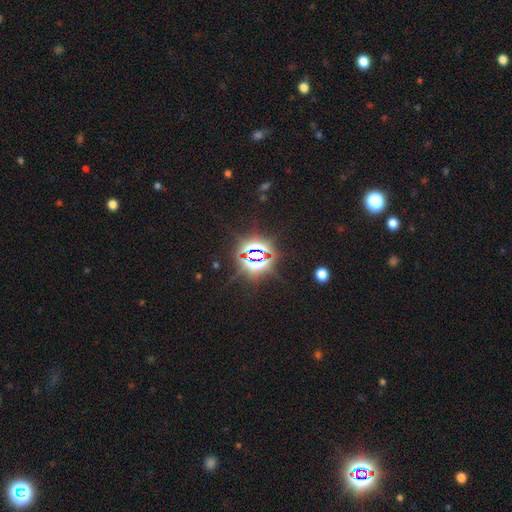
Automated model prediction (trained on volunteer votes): A star or artifact, not a galaxy (82%).

Vote fractions:
- Smooth or featured? star or artifact: 82% / smooth: 10% / featured or disk: 8%